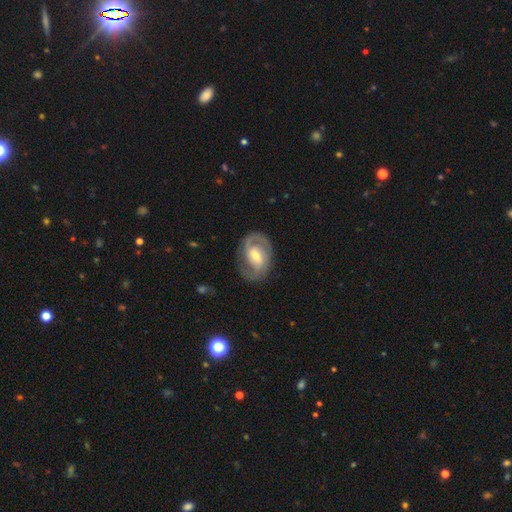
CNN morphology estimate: Overall: featured or disk (84%). Edge-on disk: no (97%). Bar: weak (46%; no 30%). Spiral arms: yes (94%). Spiral arm count: 2 (87%). Spiral winding: medium (48%; tight 39%). Bulge size: moderate (56%; small 36%). Merging: none (80%).